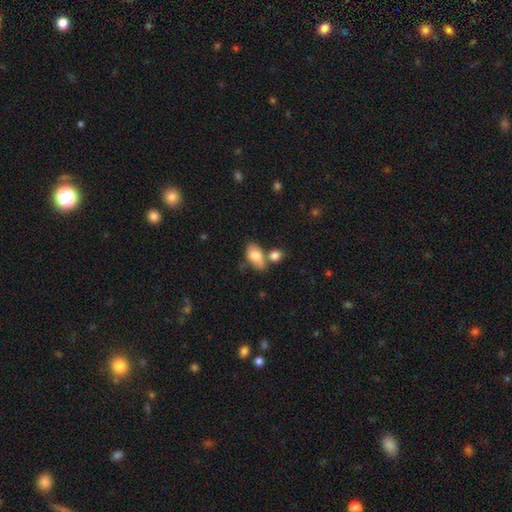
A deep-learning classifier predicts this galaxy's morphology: Smooth or featured? Predicted: smooth (p=0.79). How rounded? Predicted: in between (p=0.90). Merging? Predicted: none (p=0.42).